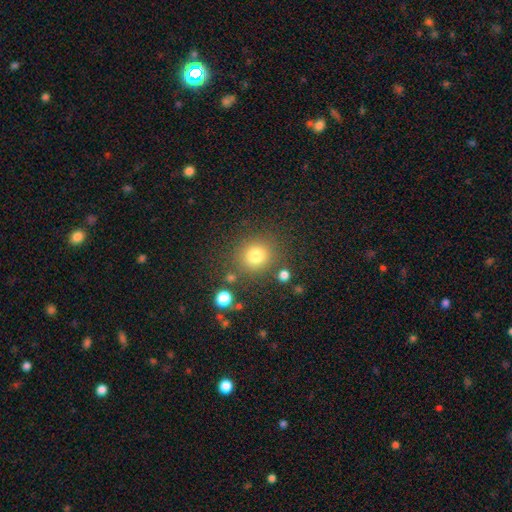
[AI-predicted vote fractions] This is likely a smooth galaxy (79%). How rounded: clearly round (88%). Merging: clearly none (81%).